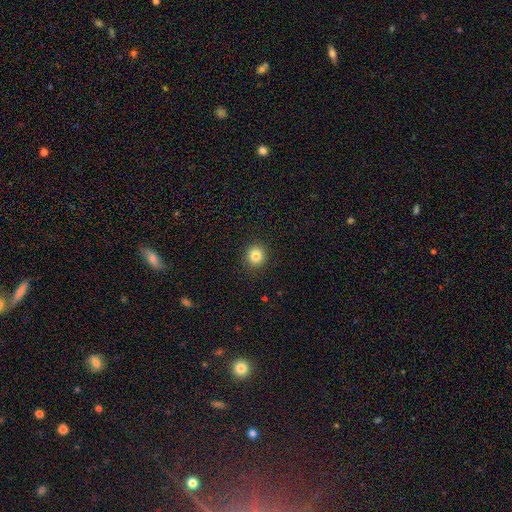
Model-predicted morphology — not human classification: smooth-or-featured: smooth: 84% | star or artifact: 11% | featured or disk: 5%
  how-rounded: round: 89% | in between: 10% | cigar-shaped: 1%
  merging: none: 91% | minor disturbance: 6% | major disturbance: 2% | merger: 1%